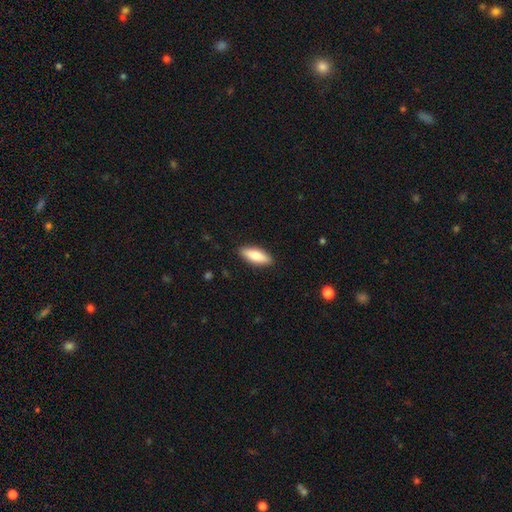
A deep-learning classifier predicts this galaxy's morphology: Smooth or featured: smooth — 80% (featured or disk — 15%)
How rounded: in between — 66% (cigar-shaped — 32%)
Merging: none — 89% (minor disturbance — 8%)